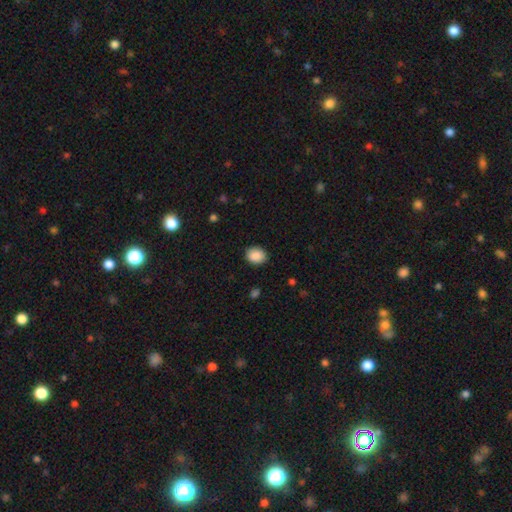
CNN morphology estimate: smooth_or_featured: smooth (p=0.89) [alt: star or artifact p=0.08]
how_rounded: in between (p=0.50) [alt: round p=0.49]
merging: none (p=0.87) [alt: minor disturbance p=0.10]